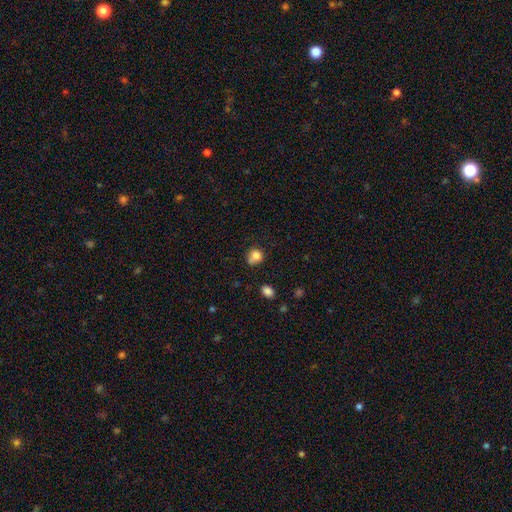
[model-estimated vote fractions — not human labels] smooth 81%, star or artifact 11%, featured or disk 8%. Down the decision tree: how rounded — round (78%); merging — none (55%).